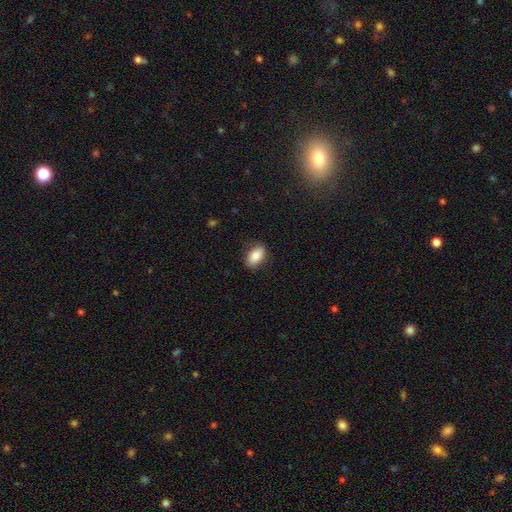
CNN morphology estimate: A smooth galaxy with no disk features (82%) that is in between round and cigar-shaped (90%). Merging: none (83%).